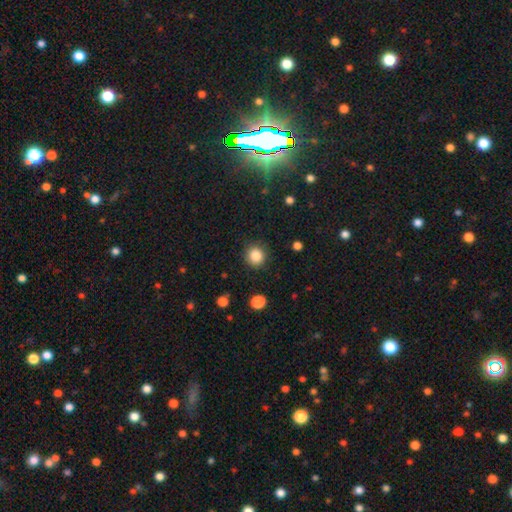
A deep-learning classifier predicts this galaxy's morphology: Smooth or featured: smooth — 86% (star or artifact — 10%)
How rounded: round — 91% (in between — 8%)
Merging: none — 88% (minor disturbance — 8%)